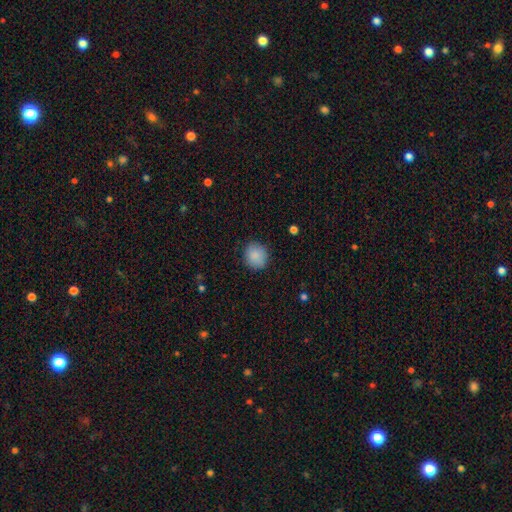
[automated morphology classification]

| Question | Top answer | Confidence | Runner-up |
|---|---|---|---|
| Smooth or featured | smooth | 88% | star or artifact (8%) |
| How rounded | round | 81% | in between (18%) |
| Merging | none | 87% | minor disturbance (10%) |